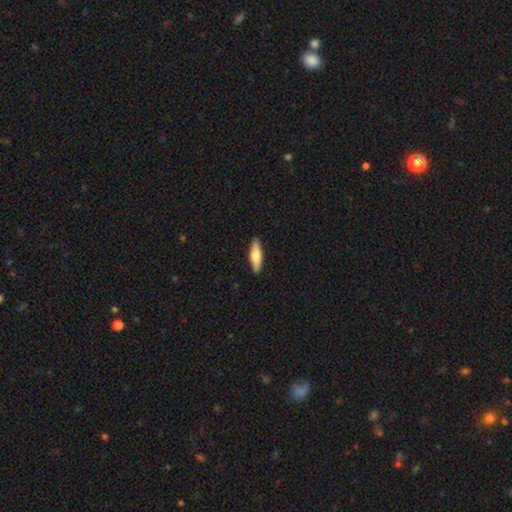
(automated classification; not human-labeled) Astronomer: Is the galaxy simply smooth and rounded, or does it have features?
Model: smooth — 69%.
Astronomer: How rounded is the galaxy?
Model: cigar-shaped — 53% (runner-up: in between, 45%).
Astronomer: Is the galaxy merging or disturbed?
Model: none — 90%.